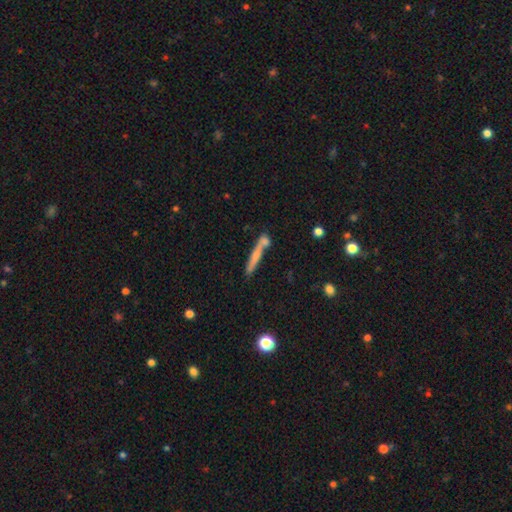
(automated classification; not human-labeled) smooth 57%, featured or disk 35%, star or artifact 7%. Down the decision tree: how rounded — cigar-shaped (93%); merging — none (60%).